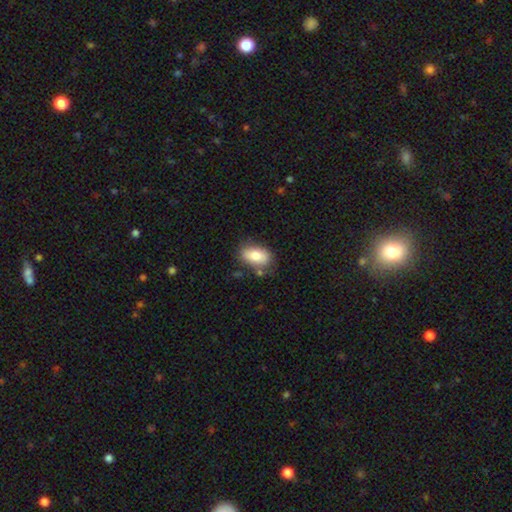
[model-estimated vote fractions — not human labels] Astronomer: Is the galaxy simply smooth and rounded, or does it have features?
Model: smooth — 77%.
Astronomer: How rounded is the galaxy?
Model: in between — 89%.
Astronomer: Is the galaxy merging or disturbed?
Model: none — 71%.